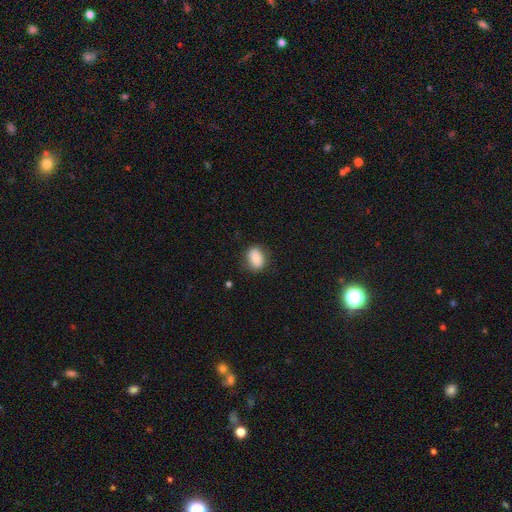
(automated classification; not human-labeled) Smooth or featured? Predicted: smooth (p=0.81). How rounded? Predicted: in between (p=0.65). Merging? Predicted: none (p=0.81).